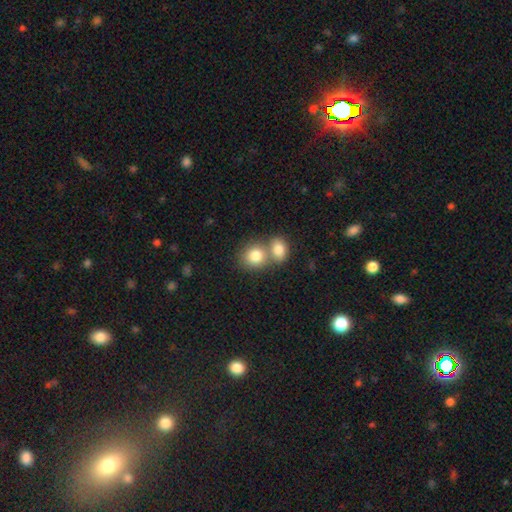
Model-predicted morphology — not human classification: Smooth or featured: smooth — 81% (featured or disk — 10%)
How rounded: round — 72% (in between — 27%)
Merging: merger — 52% (none — 39%)